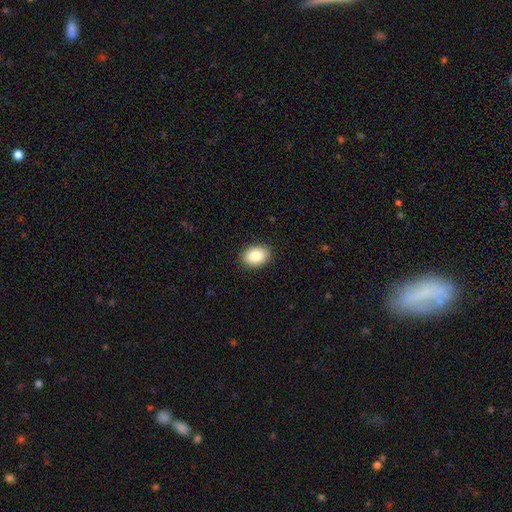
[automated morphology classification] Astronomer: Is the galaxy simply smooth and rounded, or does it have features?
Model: smooth — 86%.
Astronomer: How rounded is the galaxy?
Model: in between — 74%.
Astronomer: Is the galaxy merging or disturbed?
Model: none — 90%.